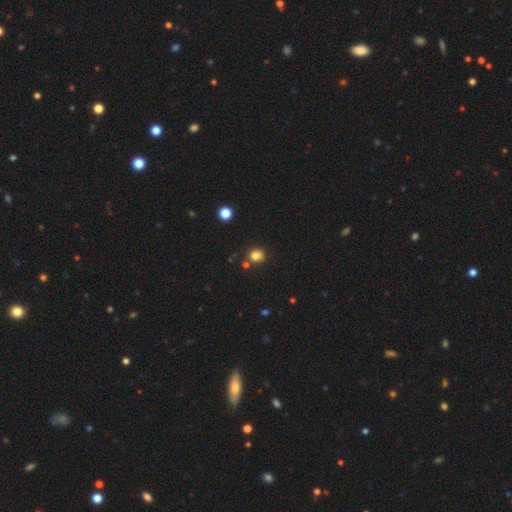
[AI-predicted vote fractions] Smooth or featured? Predicted: smooth (p=0.80). How rounded? Predicted: round (p=0.83). Merging? Predicted: none (p=0.78).